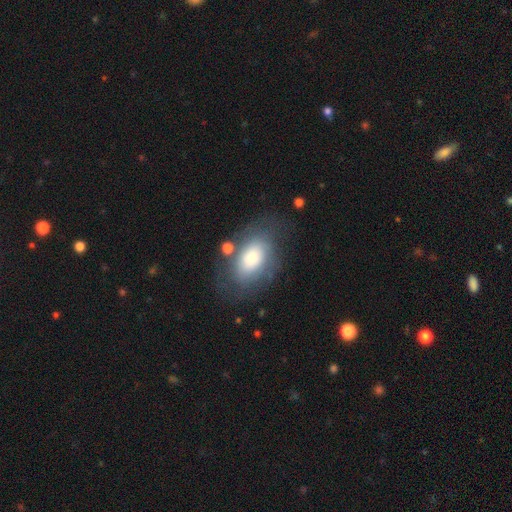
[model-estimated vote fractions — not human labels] Smooth or featured? Predicted: smooth (p=0.61). How rounded? Predicted: in between (p=0.88). Merging? Predicted: none (p=0.58).